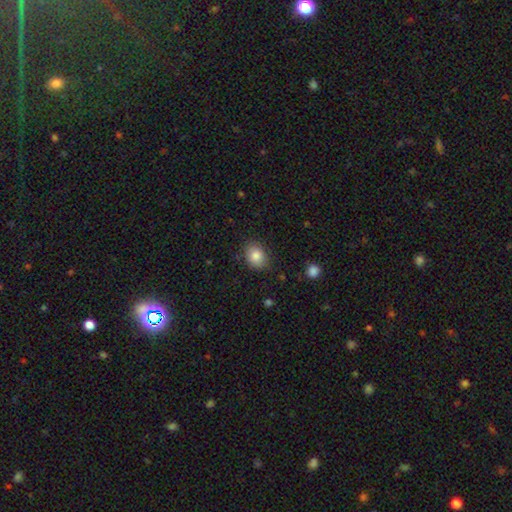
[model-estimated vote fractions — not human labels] Smooth or featured?
  - smooth: 84% *
  - star or artifact: 9%
  - featured or disk: 7%
How rounded?
  - in between: 54% *
  - round: 45%
  - cigar-shaped: 1%
Merging?
  - none: 84% *
  - minor disturbance: 12%
  - major disturbance: 3%
  - merger: 1%